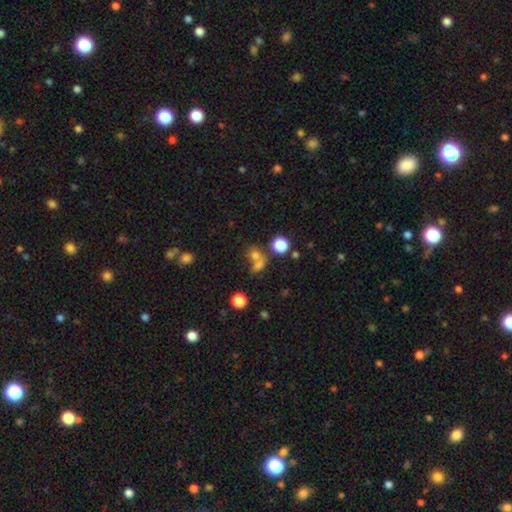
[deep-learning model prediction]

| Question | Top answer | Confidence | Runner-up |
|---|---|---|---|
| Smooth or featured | smooth | 56% | star or artifact (30%) |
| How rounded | round | 68% | in between (30%) |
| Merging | none | 44% | merger (42%) |